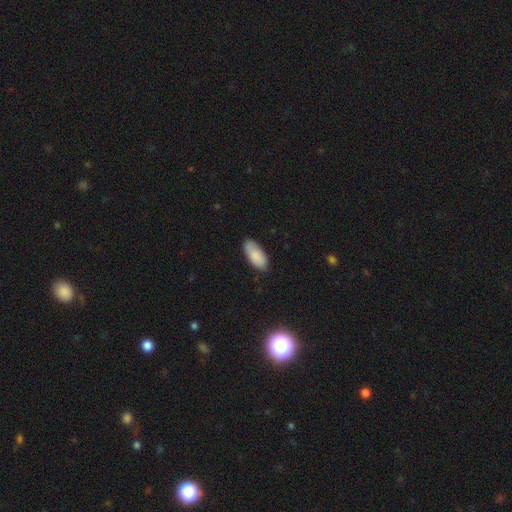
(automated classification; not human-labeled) This is clearly a smooth galaxy (87%). How rounded: clearly in between (90%). Merging: clearly none (83%).